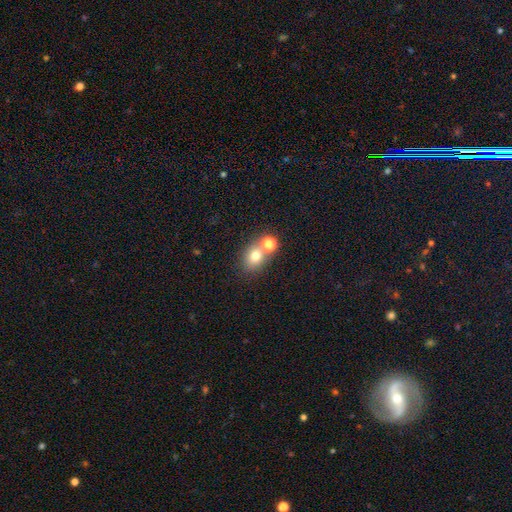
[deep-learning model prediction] smooth-or-featured: smooth: 74% | star or artifact: 14% | featured or disk: 12%
  how-rounded: round: 56% | in between: 43% | cigar-shaped: 1%
  merging: none: 51% | merger: 37% | minor disturbance: 9% | major disturbance: 4%